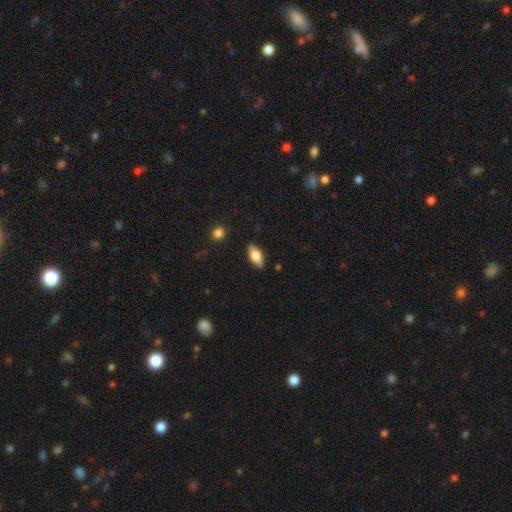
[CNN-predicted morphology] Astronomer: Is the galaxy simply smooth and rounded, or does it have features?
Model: smooth — 68%.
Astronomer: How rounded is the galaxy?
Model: in between — 83%.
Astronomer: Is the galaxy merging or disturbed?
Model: none — 87%.